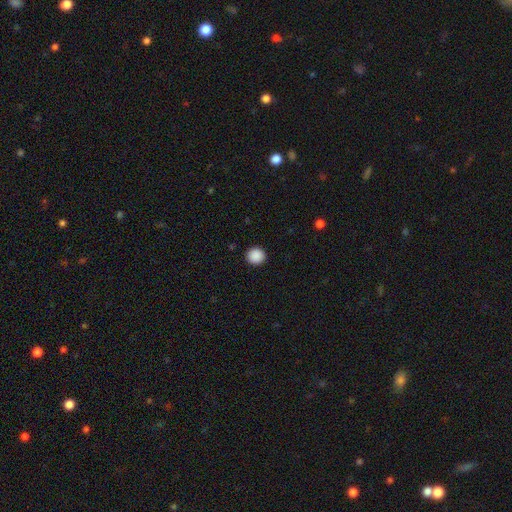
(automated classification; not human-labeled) A smooth galaxy with no disk features (89%) that is round (92%).

Vote fractions:
- Smooth or featured? smooth: 89% / star or artifact: 9% / featured or disk: 2%
- How rounded? round: 92% / in between: 7% / cigar-shaped: 1%
- Merging? none: 92% / minor disturbance: 5% / major disturbance: 2% / merger: 1%